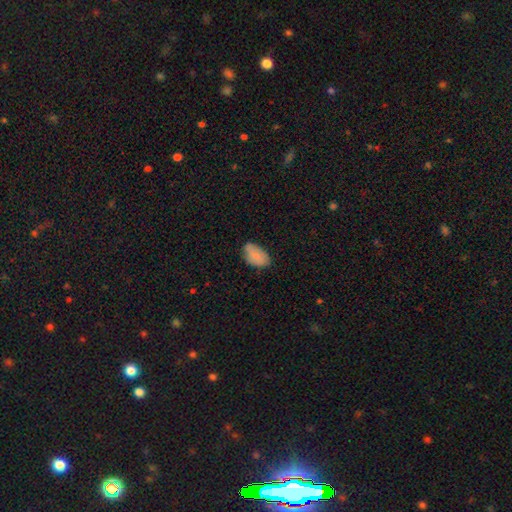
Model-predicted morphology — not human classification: Smooth or featured? Predicted: smooth (p=0.79). How rounded? Predicted: in between (p=0.92). Merging? Predicted: none (p=0.67).